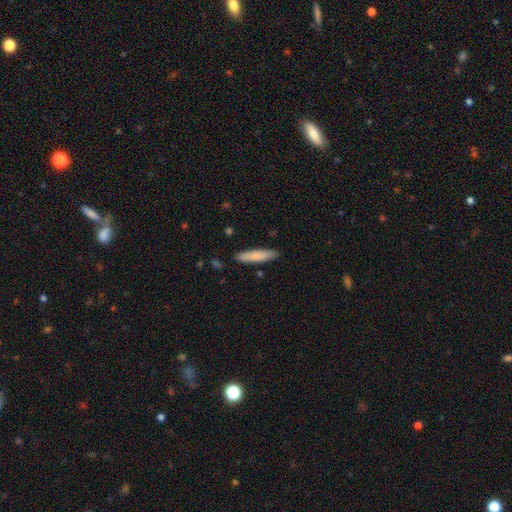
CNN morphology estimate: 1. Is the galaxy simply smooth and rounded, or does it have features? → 80% smooth, 15% featured or disk, 5% star or artifact.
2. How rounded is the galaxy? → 82% cigar-shaped, 16% in between, 1% round.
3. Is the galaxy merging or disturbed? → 88% none, 9% minor disturbance, 2% major disturbance, 1% merger.